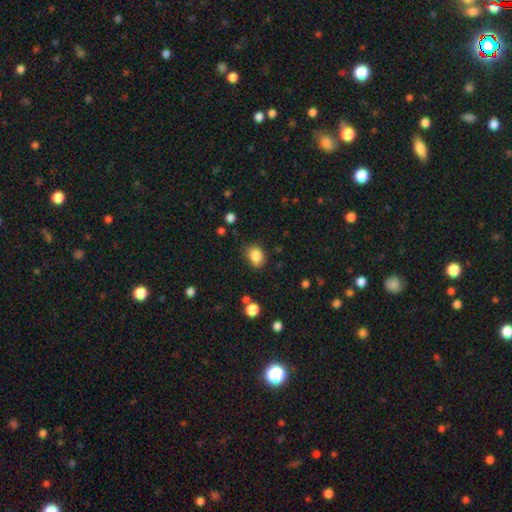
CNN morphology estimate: smooth-or-featured: smooth: 84% | star or artifact: 10% | featured or disk: 6%
  how-rounded: in between: 51% | round: 48% | cigar-shaped: 1%
  merging: none: 68% | minor disturbance: 23% | major disturbance: 5% | merger: 4%